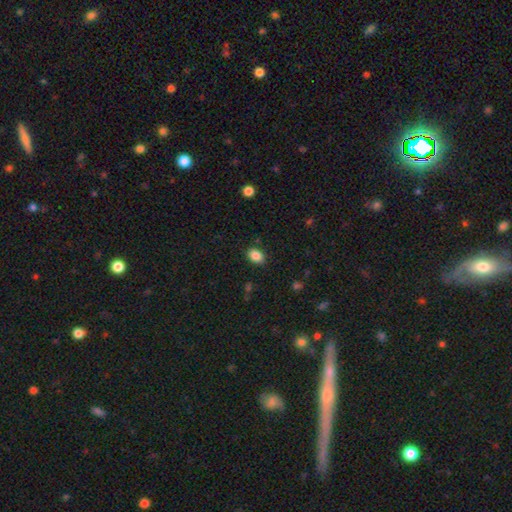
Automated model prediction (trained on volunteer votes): Smooth or featured? smooth (87%)
How rounded? in between (80%)
Merging? none (86%)